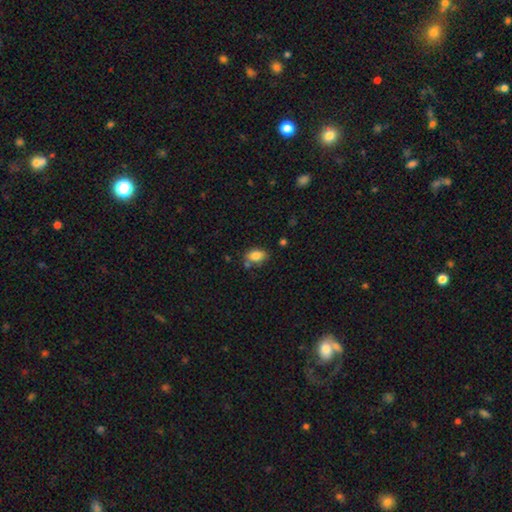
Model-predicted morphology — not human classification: A smooth galaxy with no disk features (83%) that is in between round and cigar-shaped (87%). Merging: none (67%).